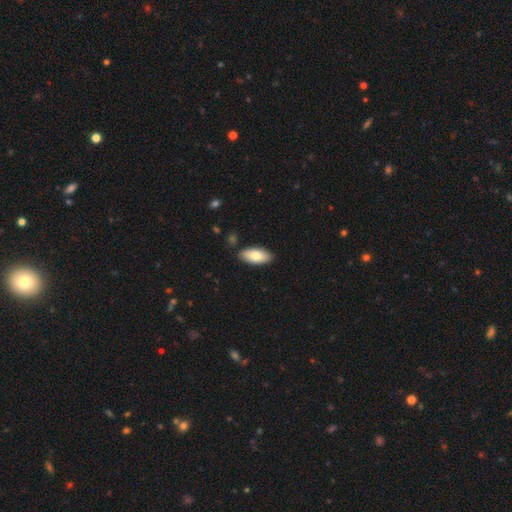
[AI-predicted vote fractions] Overall: smooth (77%). How rounded: in between (89%). Merging: none (87%).